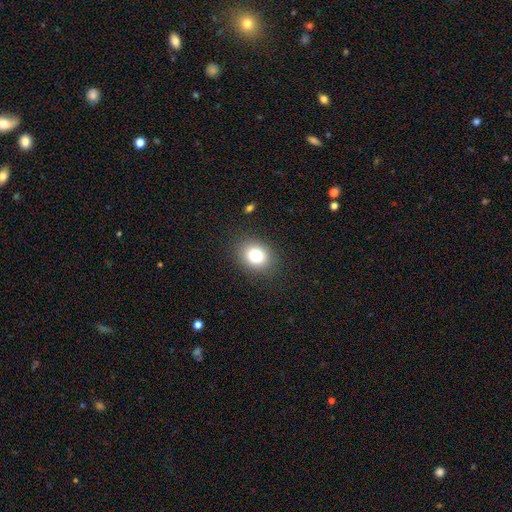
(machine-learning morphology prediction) Smooth or featured?
  - smooth: 80% *
  - star or artifact: 11%
  - featured or disk: 9%
How rounded?
  - in between: 51% *
  - round: 48%
  - cigar-shaped: 1%
Merging?
  - none: 86% *
  - minor disturbance: 9%
  - major disturbance: 3%
  - merger: 1%